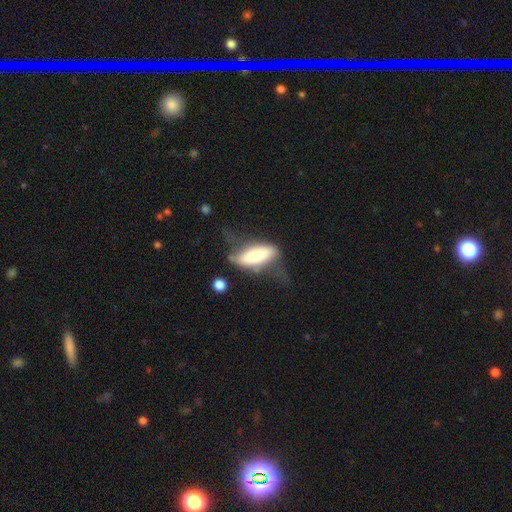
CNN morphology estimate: Smooth or featured?
  - smooth: 66% *
  - featured or disk: 27%
  - star or artifact: 7%
How rounded?
  - in between: 65% *
  - cigar-shaped: 32%
  - round: 2%
Merging?
  - none: 34% *
  - major disturbance: 31%
  - minor disturbance: 29%
  - merger: 7%